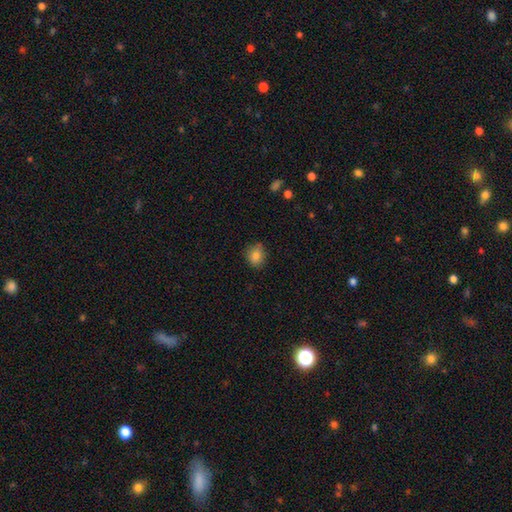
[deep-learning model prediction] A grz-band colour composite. It shows a smooth galaxy with no disk features (84%) that is round (62%). Merging: none (78%).